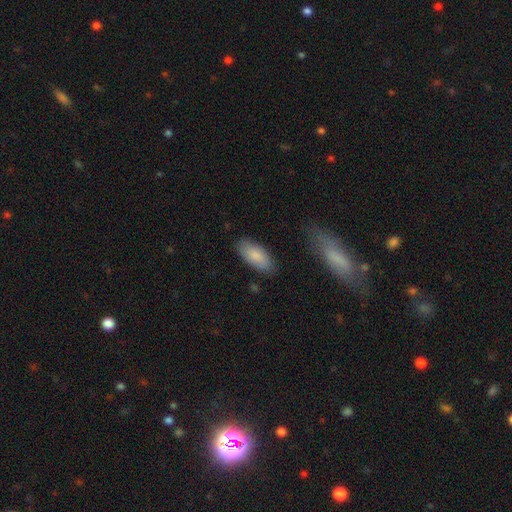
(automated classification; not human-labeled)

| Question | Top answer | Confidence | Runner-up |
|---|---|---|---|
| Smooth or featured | smooth | 83% | featured or disk (11%) |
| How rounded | in between | 90% | cigar-shaped (8%) |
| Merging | none | 81% | minor disturbance (14%) |